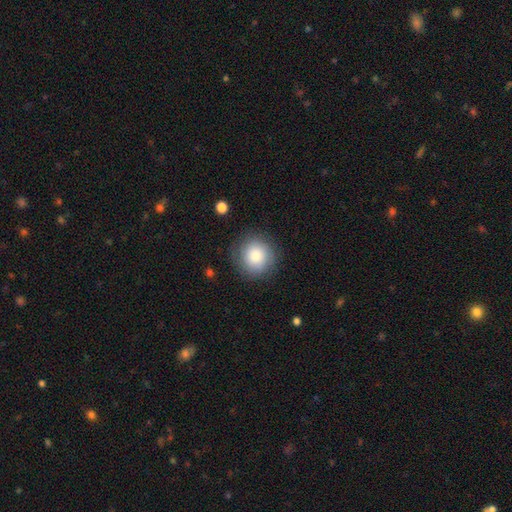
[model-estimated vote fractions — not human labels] Smooth or featured? smooth (82%)
How rounded? round (91%)
Merging? none (83%)